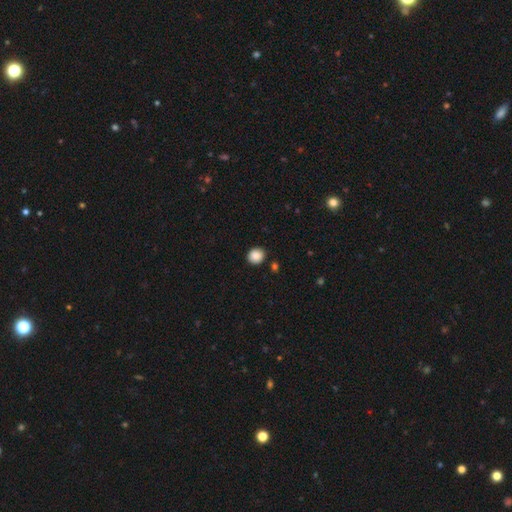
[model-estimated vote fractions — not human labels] The model was most divided on "how rounded": round: 86%, in between: 13%, cigar-shaped: 1%. More confident: merging — none (90%); smooth or featured — smooth (88%).